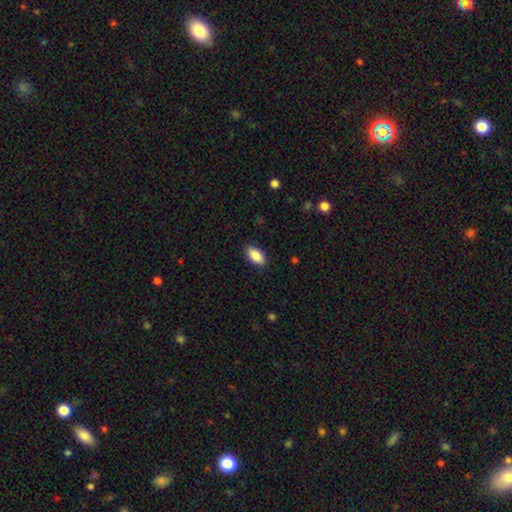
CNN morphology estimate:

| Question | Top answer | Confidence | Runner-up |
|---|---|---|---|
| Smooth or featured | smooth | 88% | star or artifact (7%) |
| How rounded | in between | 92% | cigar-shaped (5%) |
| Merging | none | 87% | minor disturbance (9%) |